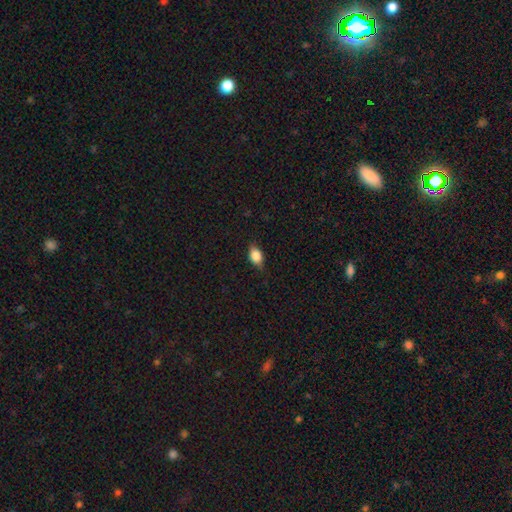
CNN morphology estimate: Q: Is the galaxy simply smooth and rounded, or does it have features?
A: smooth — 82%.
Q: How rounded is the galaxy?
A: in between — 79%.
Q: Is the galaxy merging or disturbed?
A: none — 75%.